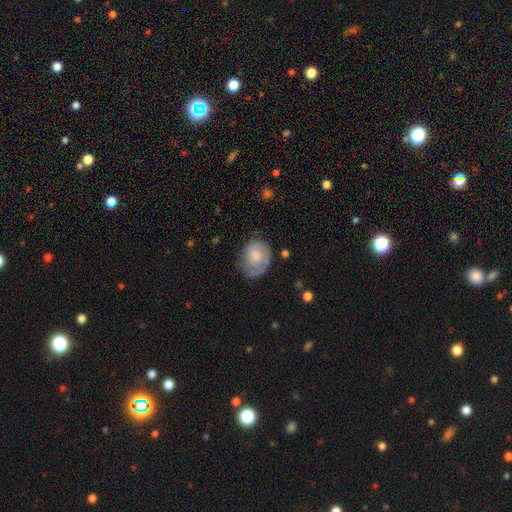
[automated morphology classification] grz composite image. It shows a smooth galaxy with no disk features (61%) that is in between round and cigar-shaped (53%). Merging: none (54%).